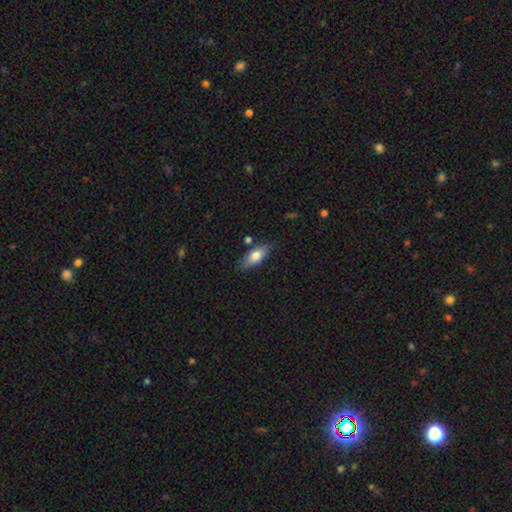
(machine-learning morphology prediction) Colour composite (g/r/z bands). It shows a smooth galaxy with no disk features (75%) that is in between round and cigar-shaped (78%). Merging: none (78%).